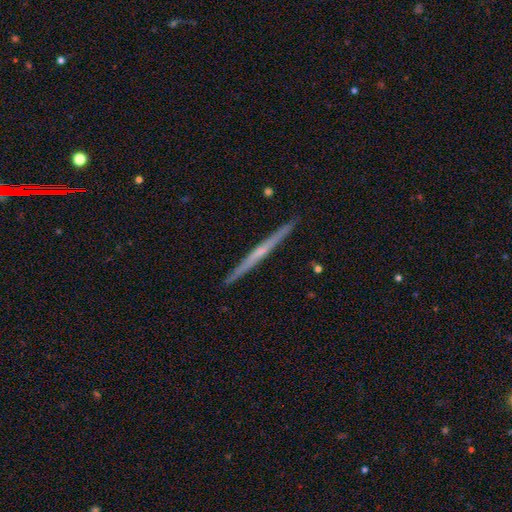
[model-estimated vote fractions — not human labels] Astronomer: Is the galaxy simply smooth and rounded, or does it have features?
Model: featured or disk — 71%.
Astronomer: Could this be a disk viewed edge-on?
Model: yes — 98%.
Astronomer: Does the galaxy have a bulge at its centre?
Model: none — 54% (runner-up: rounded, 40%).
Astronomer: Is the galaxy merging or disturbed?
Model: none — 92%.